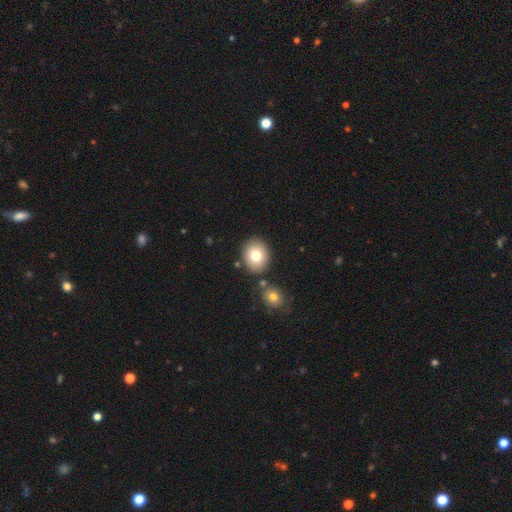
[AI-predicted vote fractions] Smooth or featured? smooth (78%)
How rounded? round (59%)
Merging? none (79%)